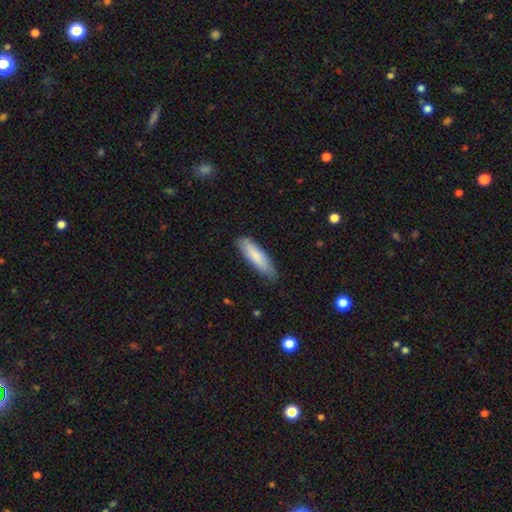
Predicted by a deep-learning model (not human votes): smooth 82%, featured or disk 13%, star or artifact 5%. Down the decision tree: how rounded — cigar-shaped (67%); merging — none (78%).